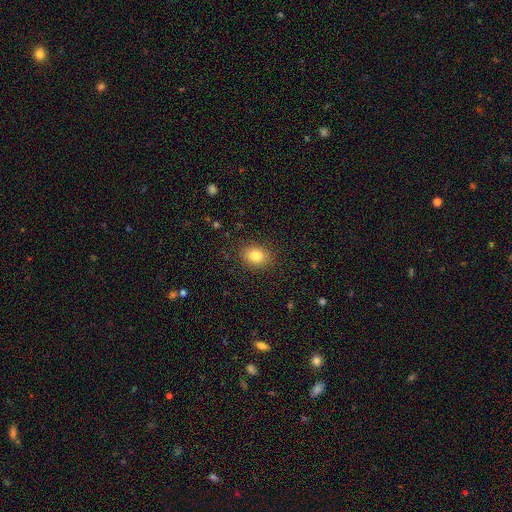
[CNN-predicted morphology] smooth-or-featured: smooth: 83% | star or artifact: 10% | featured or disk: 8%
  how-rounded: in between: 62% | round: 37% | cigar-shaped: 1%
  merging: none: 86% | minor disturbance: 10% | major disturbance: 3% | merger: 1%